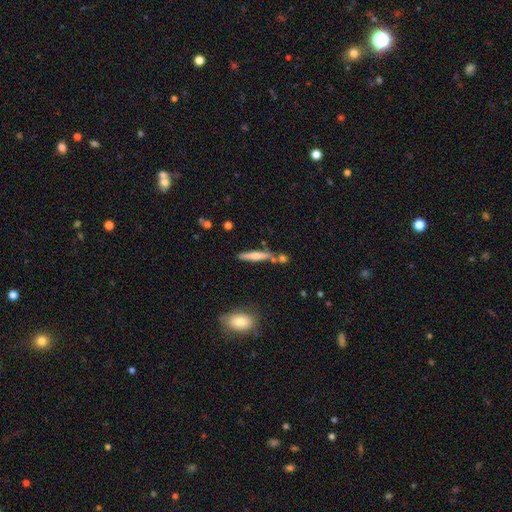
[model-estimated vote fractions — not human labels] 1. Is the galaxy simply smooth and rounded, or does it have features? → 60% smooth, 33% featured or disk, 7% star or artifact.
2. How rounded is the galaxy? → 89% cigar-shaped, 9% in between, 2% round.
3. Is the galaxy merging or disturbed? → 76% none, 12% minor disturbance, 9% merger, 3% major disturbance.